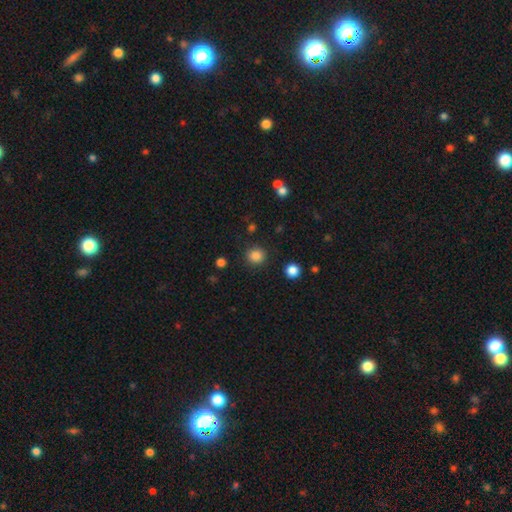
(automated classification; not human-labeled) Overall: smooth (84%). How rounded: round (90%). Merging: none (89%).